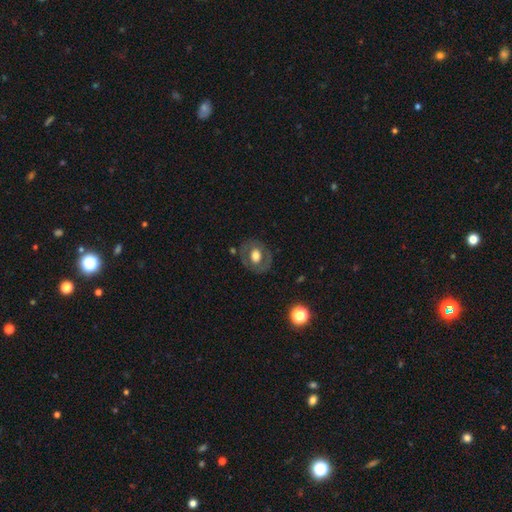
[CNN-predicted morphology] Smooth or featured? smooth (49%)
Merging? none (78%)